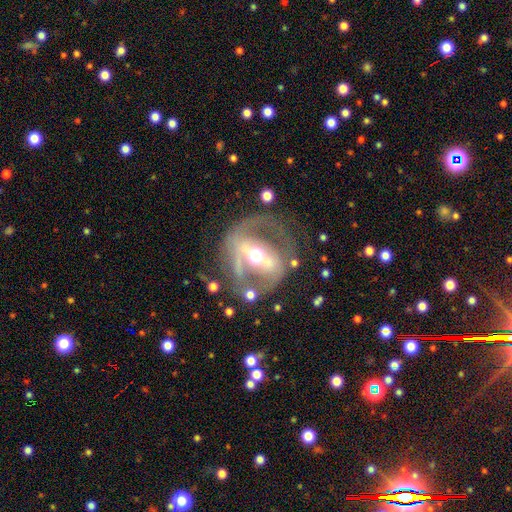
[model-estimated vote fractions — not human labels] featured or disk 79%, smooth 14%, star or artifact 6%. Down the decision tree: edge-on disk — no (90%); bar — strong (66%); spiral arms — no (51%); bulge size — moderate (71%); merging — none (60%).